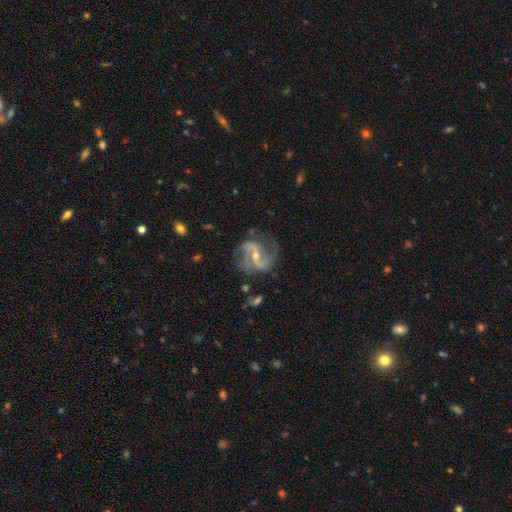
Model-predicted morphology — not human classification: Smooth or featured: featured or disk — 89% (star or artifact — 7%)
Edge-on disk: no — 97% (yes — 3%)
Bar: weak — 40% (strong — 38%)
Spiral arms: yes — 97% (no — 3%)
Spiral winding: medium — 47% (loose — 40%)
Spiral arm count: 2 — 82% (3 — 7%)
Bulge size: small — 57% (moderate — 39%)
Merging: none — 73% (minor disturbance — 17%)